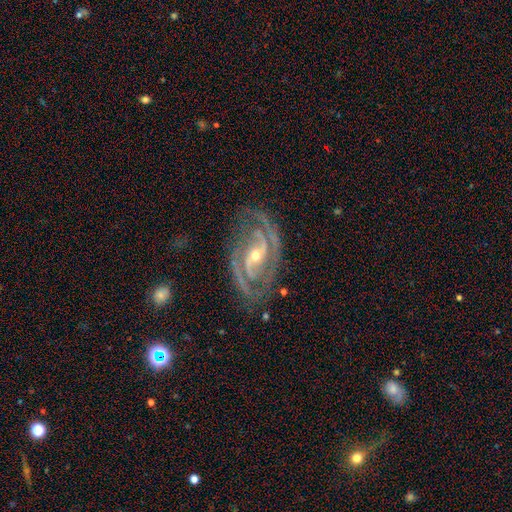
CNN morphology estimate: The model was most divided on "bar" (2-way tie): no: 37%, weak: 37%, strong: 26%. Remaining: spiral arms — yes (98%); edge-on disk — no (96%); smooth or featured — featured or disk (92%); merging — none (76%); spiral arm count — 2 (71%); bulge size — small (50%); spiral winding — medium (47%).